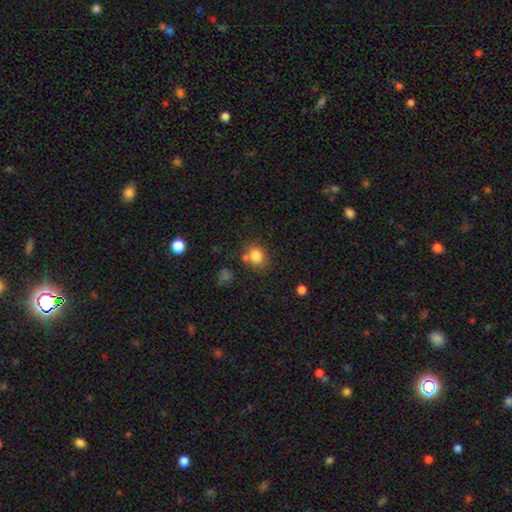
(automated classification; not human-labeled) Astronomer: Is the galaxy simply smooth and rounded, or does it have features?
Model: smooth — 82%.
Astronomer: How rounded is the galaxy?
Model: round — 64%.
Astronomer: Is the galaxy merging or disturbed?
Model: none — 64%.